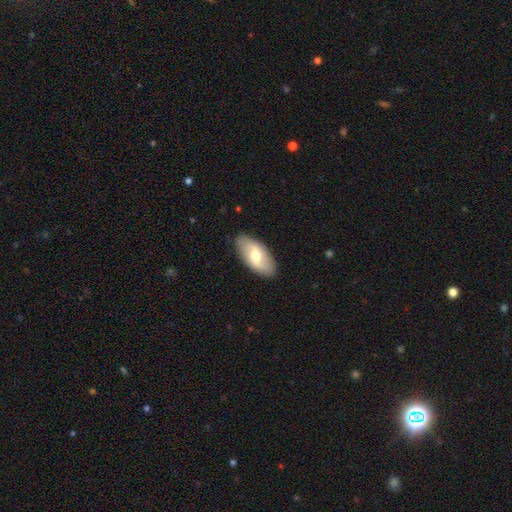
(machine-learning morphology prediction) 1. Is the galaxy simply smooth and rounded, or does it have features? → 56% smooth, 39% featured or disk, 5% star or artifact.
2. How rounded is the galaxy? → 93% in between, 5% cigar-shaped, 3% round.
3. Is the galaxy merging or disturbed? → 87% none, 10% minor disturbance, 2% major disturbance, 1% merger.